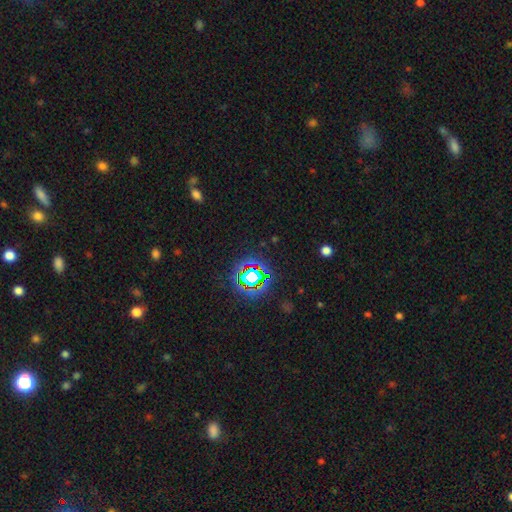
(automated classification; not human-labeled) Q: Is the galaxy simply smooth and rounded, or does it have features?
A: star or artifact — 76%.